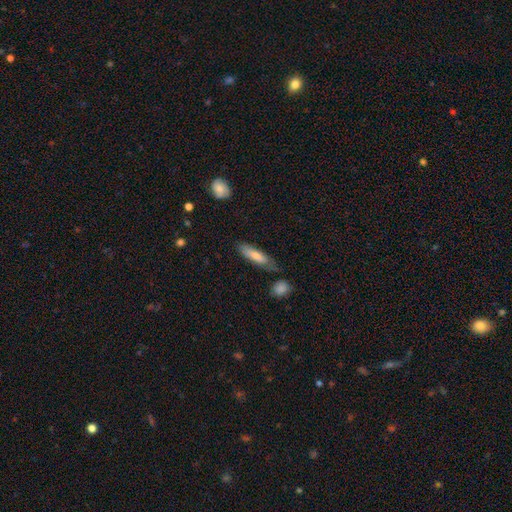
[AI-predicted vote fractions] This appears to be a smooth galaxy with no disk features (74%) that is cigar-shaped (65%). Merging: none (68%).